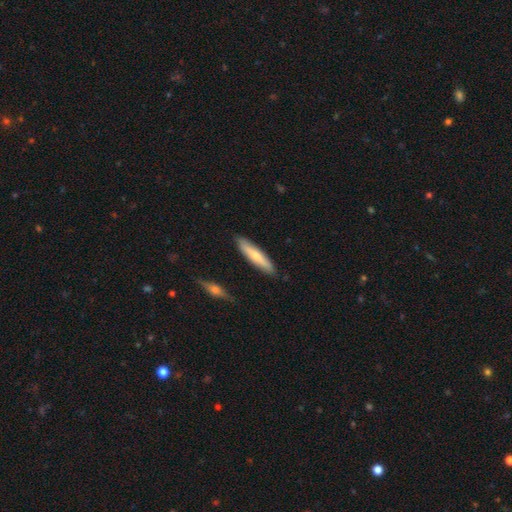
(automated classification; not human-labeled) This appears to be a smooth galaxy with no disk features (62%) that is cigar-shaped (79%). Merging: none (87%).